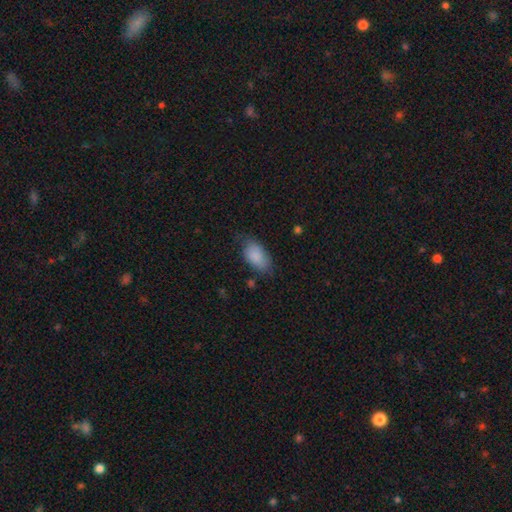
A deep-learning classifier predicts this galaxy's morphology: This appears to be a smooth galaxy with no disk features (87%) that is in between round and cigar-shaped (93%). Merging: none (65%).